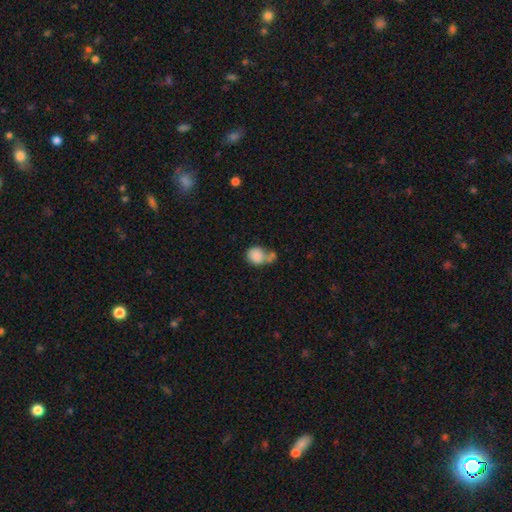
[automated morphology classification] A smooth galaxy with no disk features (83%) that is round (74%). Merging: merger (42%).